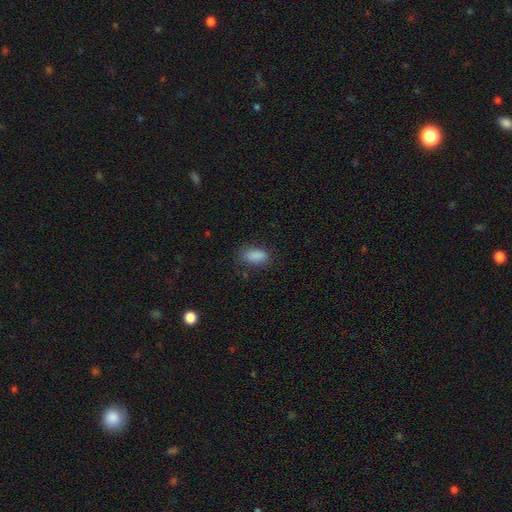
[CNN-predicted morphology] Smooth or featured: smooth — 88% (star or artifact — 9%)
How rounded: in between — 89% (cigar-shaped — 6%)
Merging: none — 79% (minor disturbance — 15%)